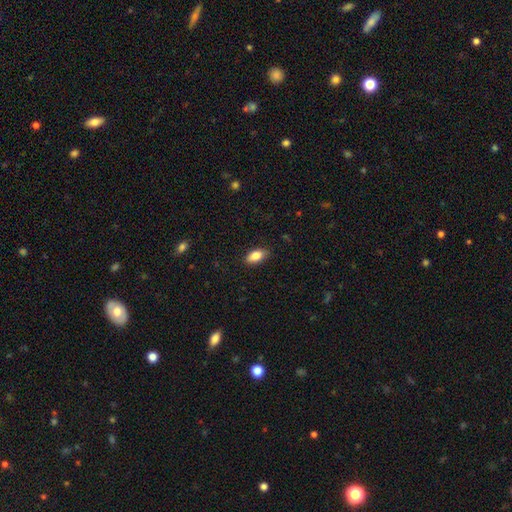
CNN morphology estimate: Smooth or featured? smooth (84%)
How rounded? in between (91%)
Merging? none (86%)